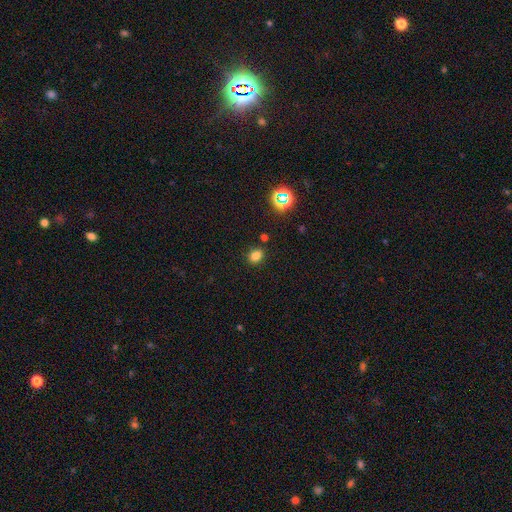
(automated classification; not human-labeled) Smooth or featured: smooth — 77% (star or artifact — 17%)
How rounded: in between — 50% (round — 49%)
Merging: none — 83% (minor disturbance — 10%)